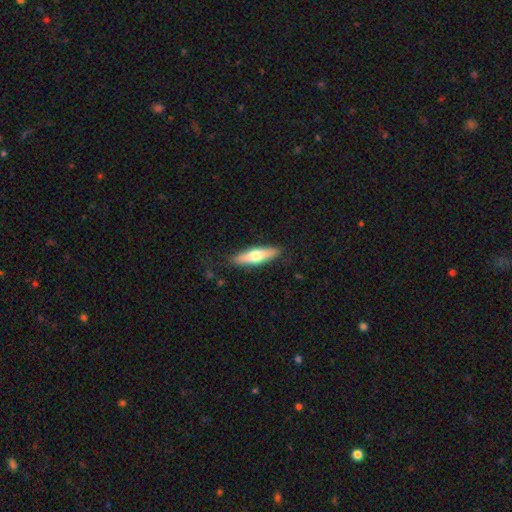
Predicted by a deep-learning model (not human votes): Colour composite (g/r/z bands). It shows a smooth galaxy with no disk features (59%) that is cigar-shaped (61%). Merging: none (87%).